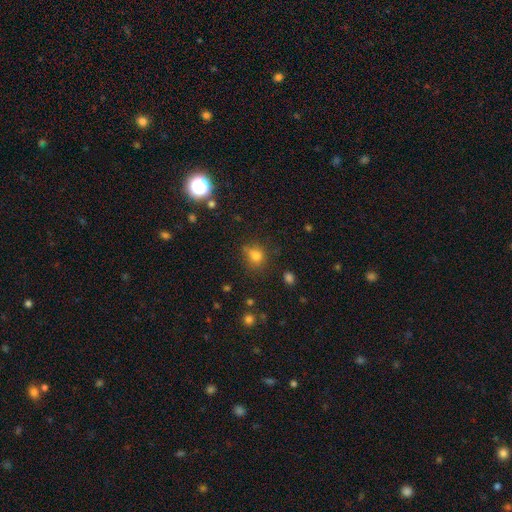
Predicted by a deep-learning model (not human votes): Morphology: type=smooth (76%); roundness=round (77%); merging=none (69%).